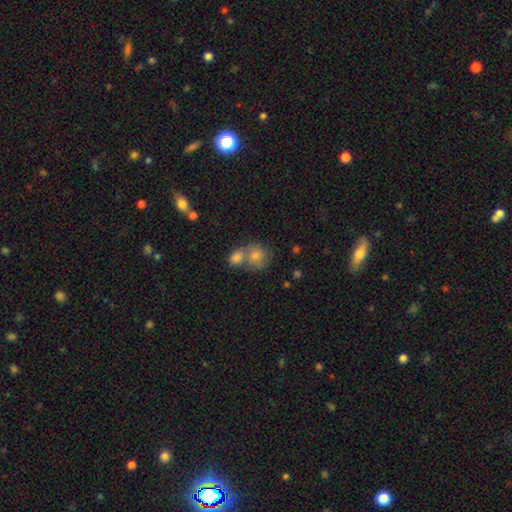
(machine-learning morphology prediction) Smooth or featured: smooth — 77% (featured or disk — 15%)
How rounded: round — 71% (in between — 28%)
Merging: merger — 58% (none — 29%)